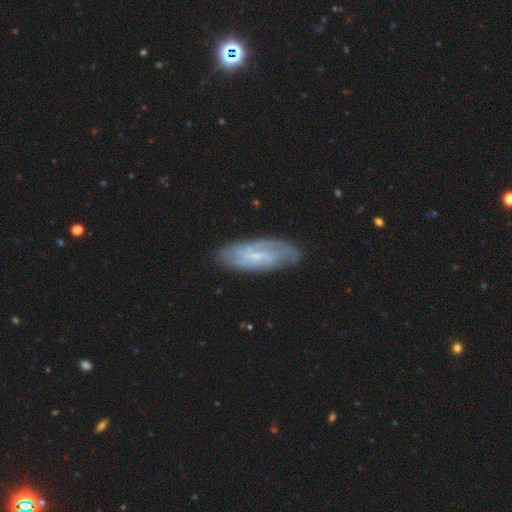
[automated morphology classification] Q: Smooth or featured?
A: featured or disk (68%); runner-up: smooth (25%)
Q: Edge-on disk?
A: no (88%); runner-up: yes (12%)
Q: Bar?
A: weak (48%); runner-up: no (39%)
Q: Spiral arms?
A: yes (85%); runner-up: no (15%)
Q: Spiral winding?
A: tight (47%); runner-up: medium (37%)
Q: Spiral arm count?
A: can't tell (45%); runner-up: 2 (34%)
Q: Bulge size?
A: small (64%); runner-up: moderate (18%)
Q: Merging?
A: none (74%); runner-up: minor disturbance (18%)